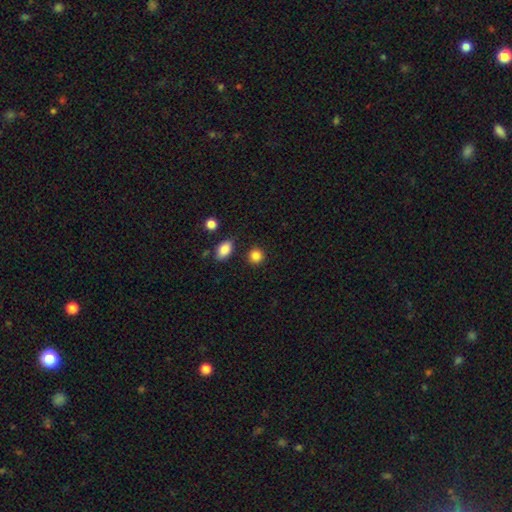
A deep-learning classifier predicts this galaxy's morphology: Overall: smooth (86%). How rounded: round (87%). Merging: none (86%).